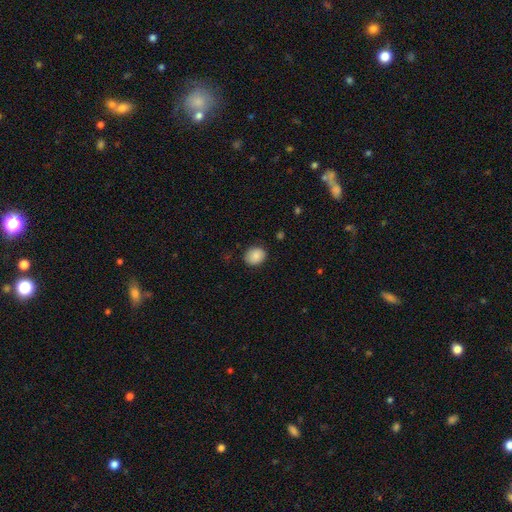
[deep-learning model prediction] Smooth or featured?
  - smooth: 88% *
  - star or artifact: 8%
  - featured or disk: 4%
How rounded?
  - round: 57% *
  - in between: 42%
  - cigar-shaped: 1%
Merging?
  - none: 85% *
  - minor disturbance: 11%
  - major disturbance: 3%
  - merger: 1%